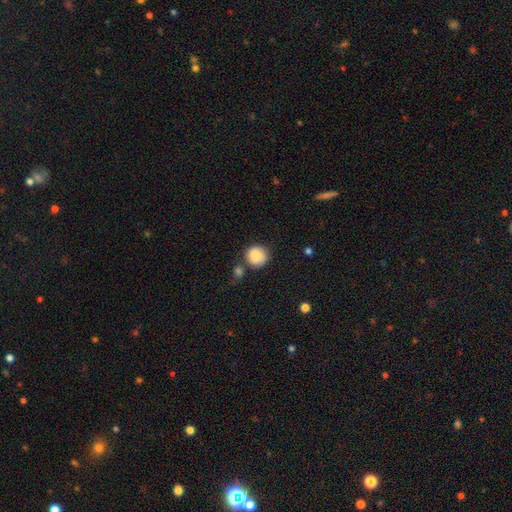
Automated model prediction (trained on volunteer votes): Q: Smooth or featured?
A: smooth (86%); runner-up: star or artifact (8%)
Q: How rounded?
A: round (89%); runner-up: in between (10%)
Q: Merging?
A: none (66%); runner-up: minor disturbance (16%)